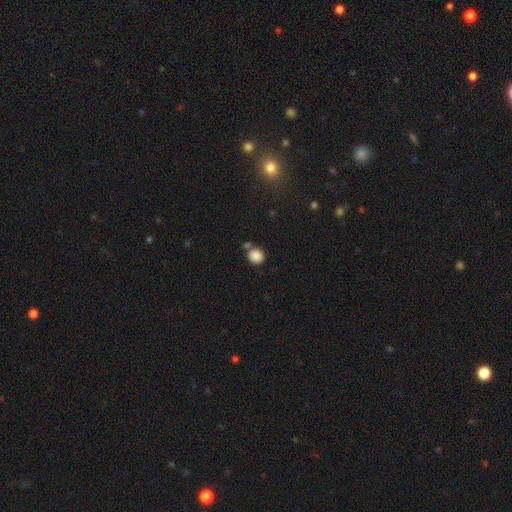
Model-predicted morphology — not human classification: Smooth or featured: smooth — 86% (star or artifact — 9%)
How rounded: round — 85% (in between — 14%)
Merging: none — 65% (merger — 18%)